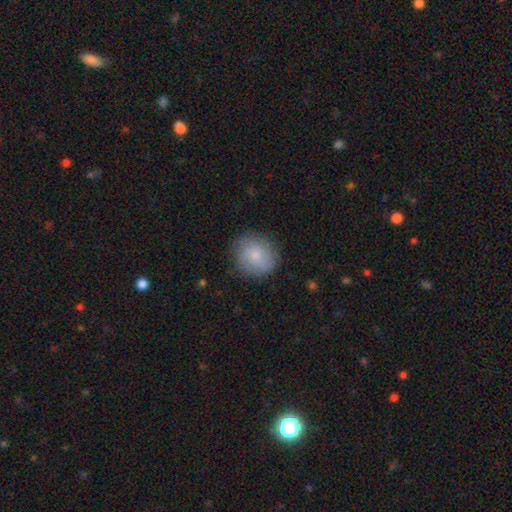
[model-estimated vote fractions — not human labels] Q: Smooth or featured?
A: smooth (72%); runner-up: featured or disk (21%)
Q: How rounded?
A: round (85%); runner-up: in between (14%)
Q: Merging?
A: none (81%); runner-up: minor disturbance (14%)